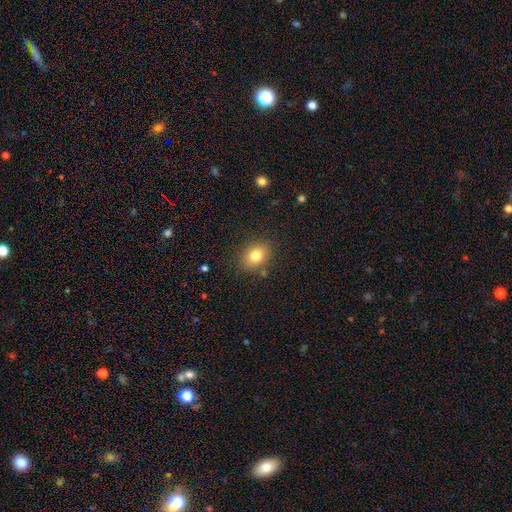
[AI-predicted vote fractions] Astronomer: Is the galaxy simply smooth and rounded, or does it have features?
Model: smooth — 80%.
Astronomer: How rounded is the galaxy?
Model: in between — 60% (runner-up: round, 39%).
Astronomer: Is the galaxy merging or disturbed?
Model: none — 84%.